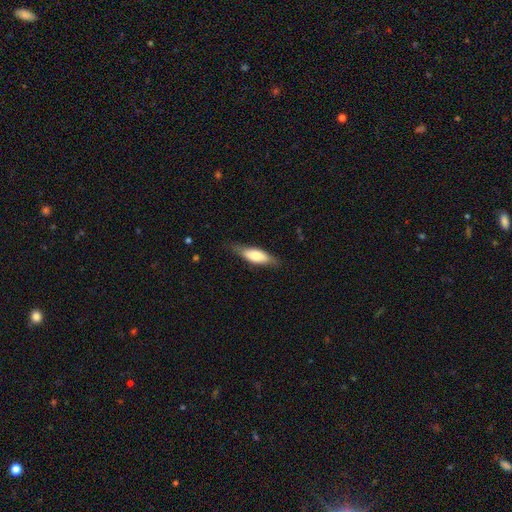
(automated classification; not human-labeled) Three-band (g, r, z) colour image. It shows a smooth galaxy with no disk features (68%) that is in between round and cigar-shaped (61%). Merging: none (76%).